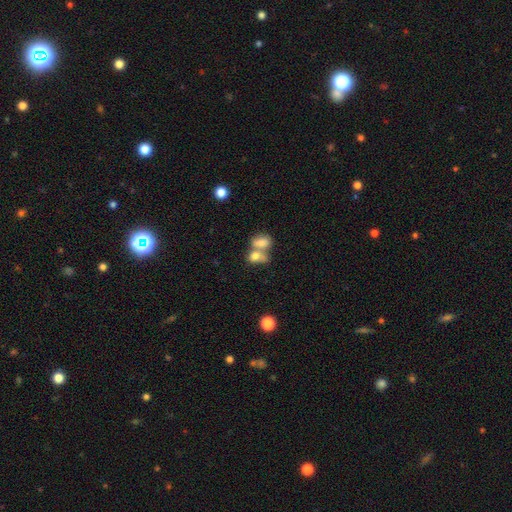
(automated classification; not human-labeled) Smooth or featured: smooth — 74% (featured or disk — 16%)
How rounded: in between — 70% (round — 27%)
Merging: merger — 66% (none — 22%)